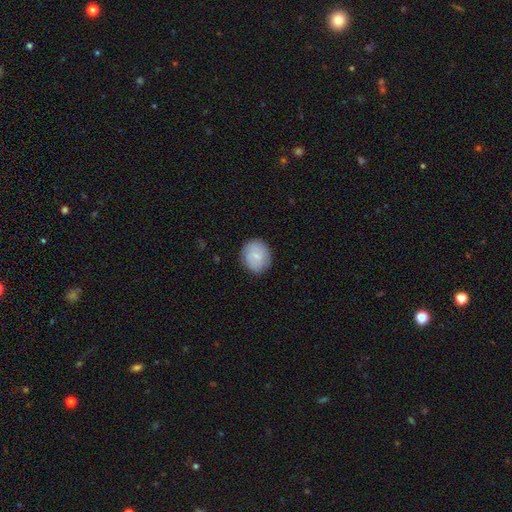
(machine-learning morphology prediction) Smooth or featured: smooth — 58% (featured or disk — 35%)
How rounded: round — 73% (in between — 26%)
Merging: none — 83% (minor disturbance — 13%)